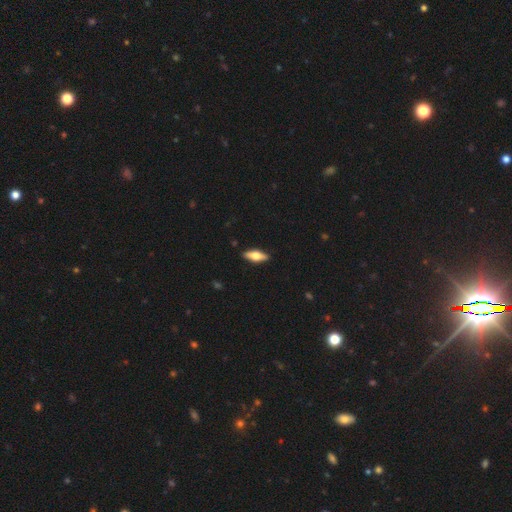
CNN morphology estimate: A smooth galaxy with no disk features (54%) that is in between round and cigar-shaped (62%). Merging: none (90%).